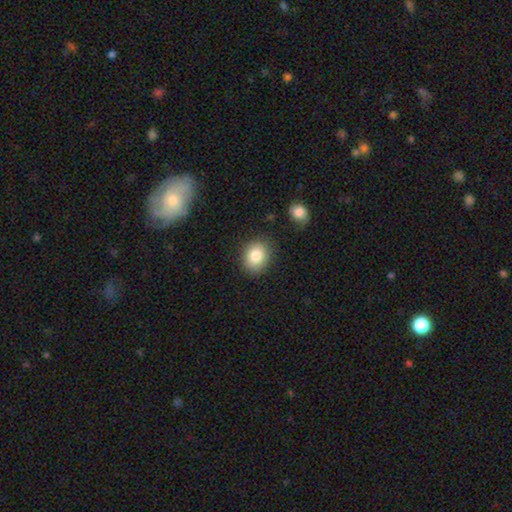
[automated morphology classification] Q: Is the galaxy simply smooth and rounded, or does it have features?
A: smooth — 83%.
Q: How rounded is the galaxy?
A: round — 53%.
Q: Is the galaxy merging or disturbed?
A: none — 84%.